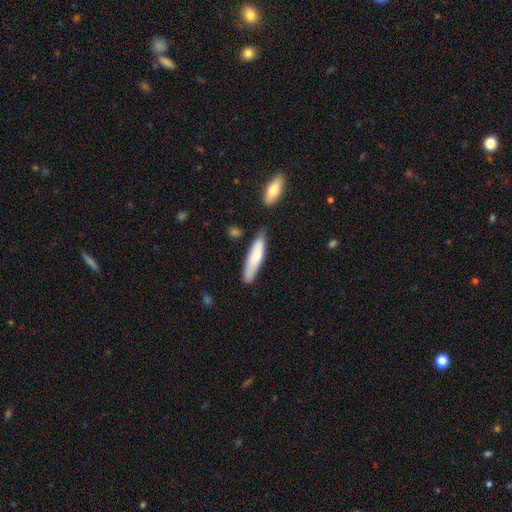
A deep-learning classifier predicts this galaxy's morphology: A smooth galaxy with no disk features (72%) that is cigar-shaped (76%). Merging: none (73%).